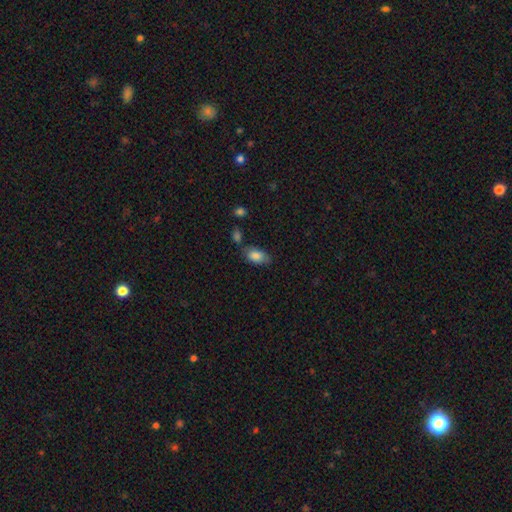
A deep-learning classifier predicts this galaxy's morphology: smooth_or_featured: smooth (p=0.84) [alt: featured or disk p=0.08]
how_rounded: in between (p=0.92) [alt: round p=0.05]
merging: none (p=0.63) [alt: minor disturbance p=0.21]